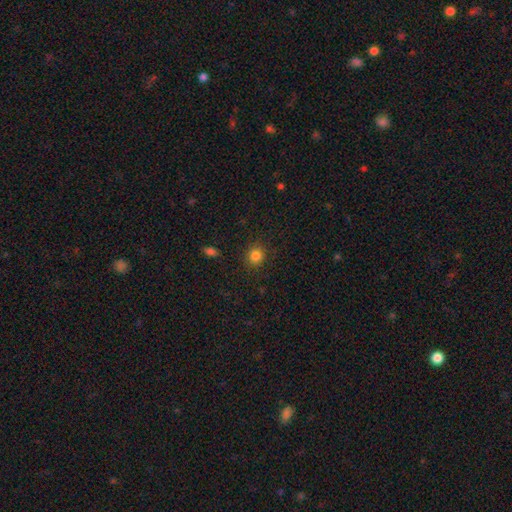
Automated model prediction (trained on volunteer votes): A smooth galaxy with no disk features (84%) that is round (87%).

Vote fractions:
- Smooth or featured? smooth: 84% / star or artifact: 12% / featured or disk: 4%
- How rounded? round: 87% / in between: 12% / cigar-shaped: 1%
- Merging? none: 89% / minor disturbance: 7% / major disturbance: 3% / merger: 1%